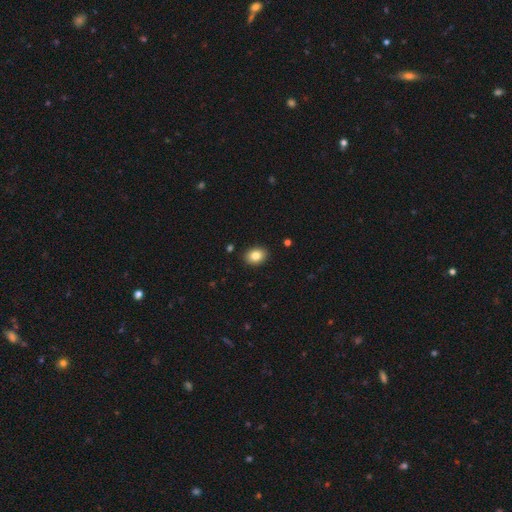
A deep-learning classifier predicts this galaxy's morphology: This appears to be a smooth galaxy with no disk features (83%) that is in between round and cigar-shaped (66%). Merging: none (90%).